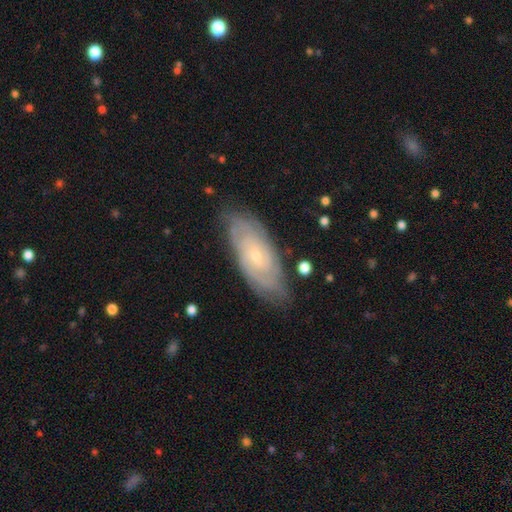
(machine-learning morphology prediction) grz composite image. It shows a featured or disk galaxy (78%) with no bar (67%), tight (74%) spiral arms (93%) and a small central bulge (79%). Merging: none (77%).